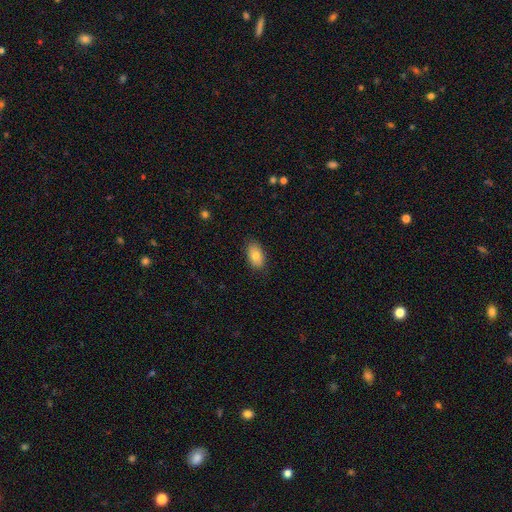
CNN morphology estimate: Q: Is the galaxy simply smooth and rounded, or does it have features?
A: smooth — 80%.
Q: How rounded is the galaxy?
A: in between — 91%.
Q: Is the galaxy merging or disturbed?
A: none — 86%.